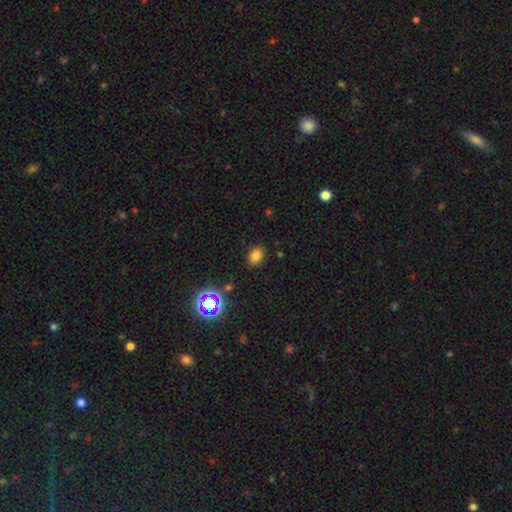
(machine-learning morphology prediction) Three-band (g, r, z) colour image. It shows a smooth galaxy with no disk features (78%) that is in between round and cigar-shaped (73%). Merging: none (86%).